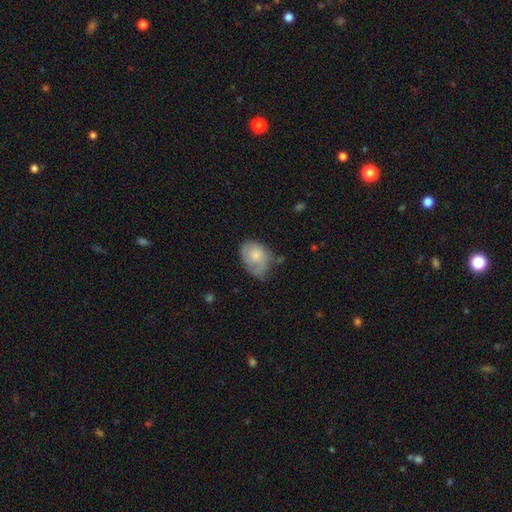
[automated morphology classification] type=smooth (69%); roundness=in between (79%); merging=none (40%).